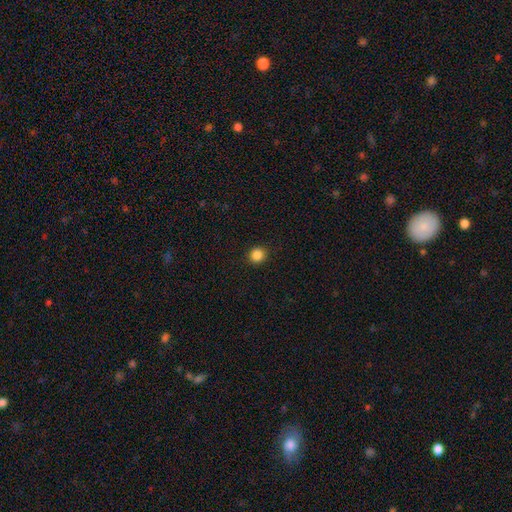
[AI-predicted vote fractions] A smooth galaxy with no disk features (86%) that is round (91%). Merging: none (92%).